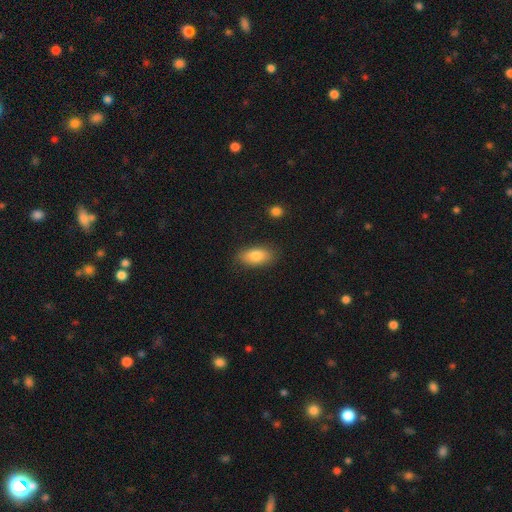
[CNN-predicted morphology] A smooth galaxy with no disk features (81%) that is in between round and cigar-shaped (88%). Merging: none (85%).